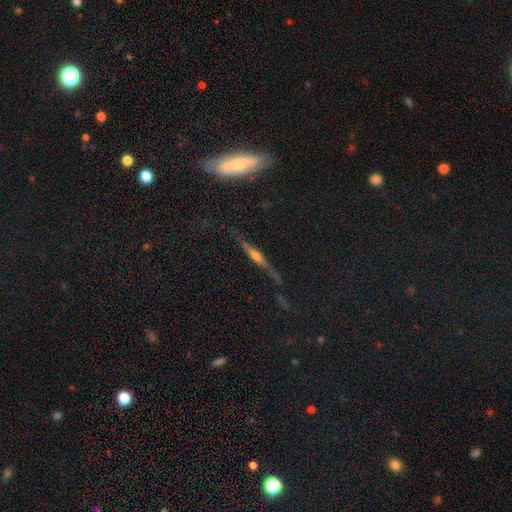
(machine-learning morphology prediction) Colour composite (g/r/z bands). It shows a featured or disk galaxy (68%) viewed edge-on (93%) with a rounded central bulge (72%). Merging: none (67%).